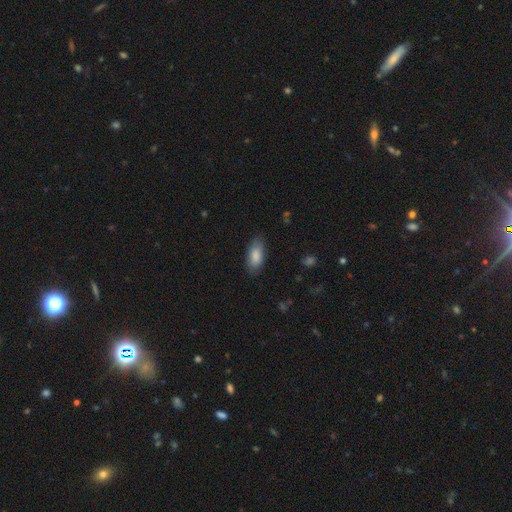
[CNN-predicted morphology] Q: Smooth or featured?
A: smooth (86%); runner-up: featured or disk (8%)
Q: How rounded?
A: in between (88%); runner-up: cigar-shaped (10%)
Q: Merging?
A: none (83%); runner-up: minor disturbance (13%)